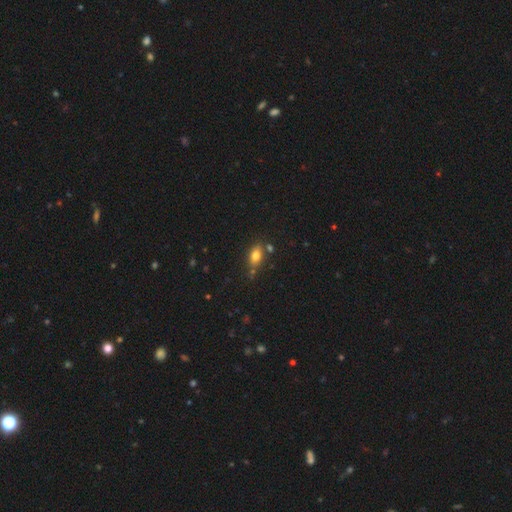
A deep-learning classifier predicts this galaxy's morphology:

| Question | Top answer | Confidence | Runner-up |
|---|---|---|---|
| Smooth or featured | smooth | 77% | featured or disk (13%) |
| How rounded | in between | 83% | round (10%) |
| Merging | none | 73% | minor disturbance (15%) |